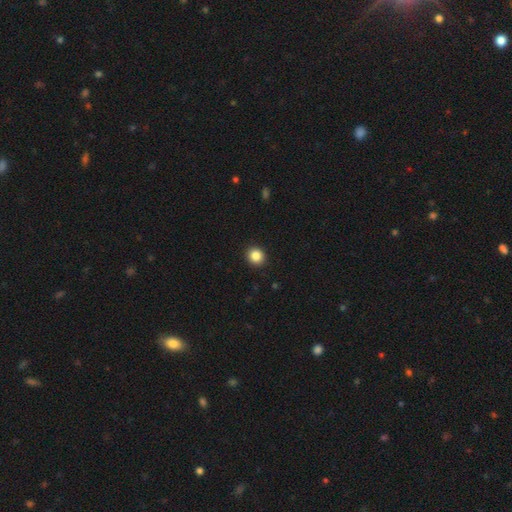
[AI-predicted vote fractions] This is clearly a smooth galaxy (86%). How rounded: clearly round (86%). Merging: clearly none (92%).